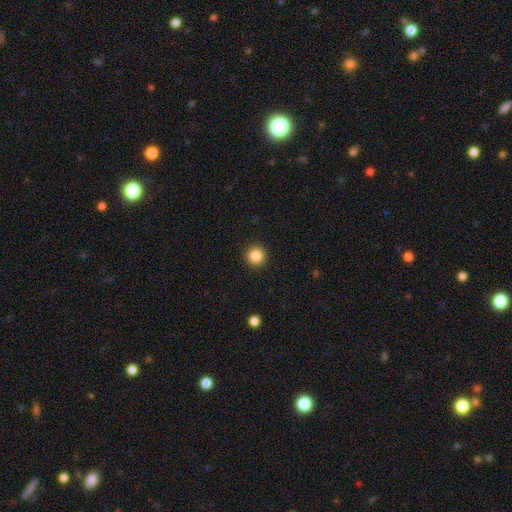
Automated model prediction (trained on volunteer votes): Overall: smooth (86%). How rounded: round (95%). Merging: none (93%).